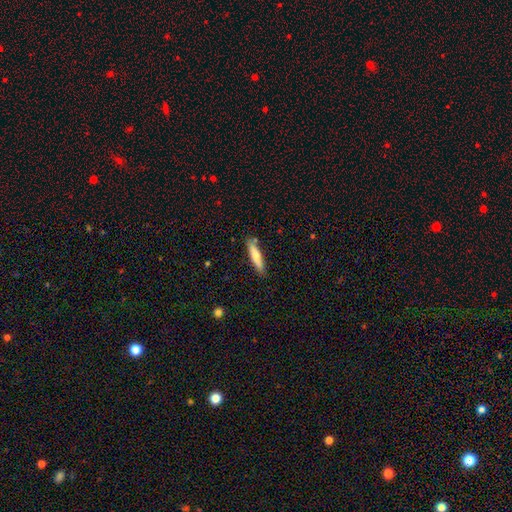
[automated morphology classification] A smooth galaxy with no disk features (68%) that is cigar-shaped (87%).

Vote fractions:
- Smooth or featured? smooth: 68% / featured or disk: 26% / star or artifact: 6%
- How rounded? cigar-shaped: 87% / in between: 11% / round: 1%
- Merging? none: 84% / minor disturbance: 11% / merger: 3% / major disturbance: 2%